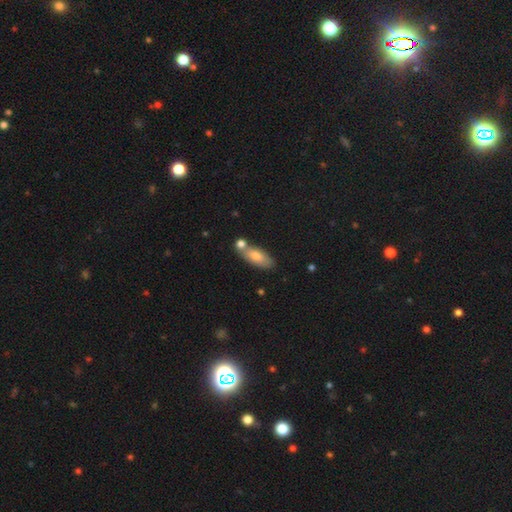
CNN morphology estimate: A smooth galaxy with no disk features (75%) that is in between round and cigar-shaped (78%).

Vote fractions:
- Smooth or featured? smooth: 75% / featured or disk: 18% / star or artifact: 6%
- How rounded? in between: 78% / cigar-shaped: 19% / round: 3%
- Merging? none: 57% / merger: 24% / minor disturbance: 15% / major disturbance: 4%